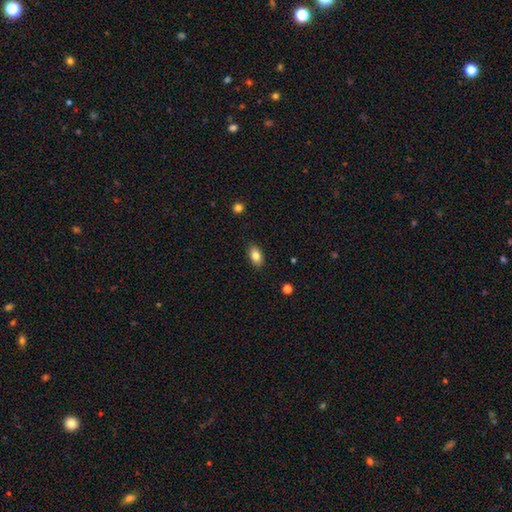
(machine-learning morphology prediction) This is clearly a smooth galaxy (83%). How rounded: clearly in between (90%). Merging: clearly none (87%).